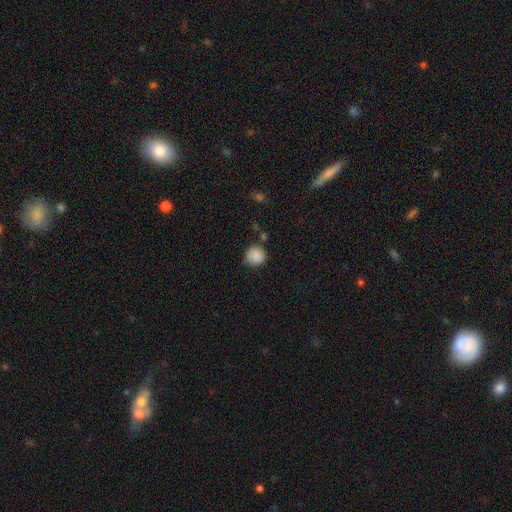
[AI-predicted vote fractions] This is clearly a smooth galaxy (87%). How rounded: clearly round (91%). Merging: likely none (73%).